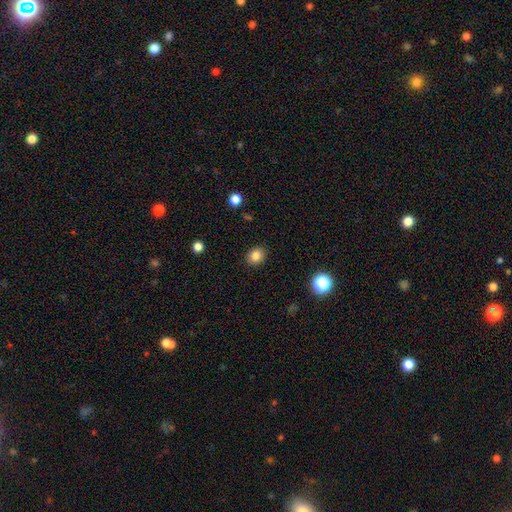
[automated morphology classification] This appears to be a smooth galaxy with no disk features (84%) that is round (54%). Merging: none (89%).